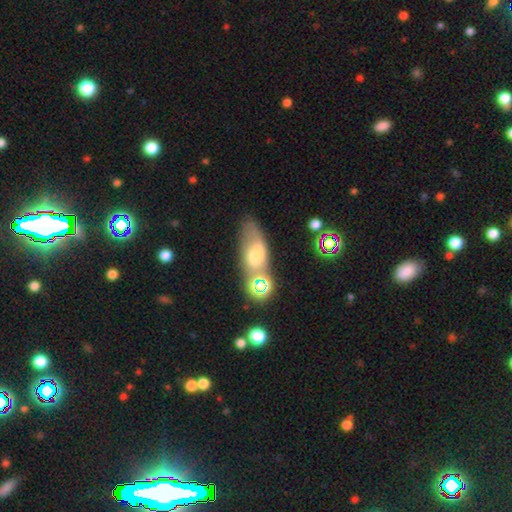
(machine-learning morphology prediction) Q: Smooth or featured?
A: smooth (52%); runner-up: featured or disk (34%)
Q: How rounded?
A: in between (70%); runner-up: cigar-shaped (22%)
Q: Merging?
A: none (56%); runner-up: minor disturbance (19%)